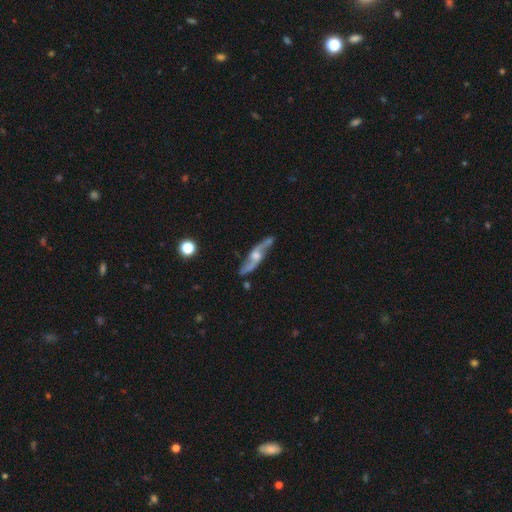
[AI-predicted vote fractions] smooth-or-featured: featured or disk: 84% | smooth: 11% | star or artifact: 5%
  disk-edge-on: no: 60% | yes: 40%
    bar: no: 55% | weak: 35% | strong: 10%
    has-spiral-arms: yes: 93% | no: 7%
    bulge-size: moderate: 57% | small: 22% | large: 14% | none: 5% | dominant: 2%
  merging: none: 80% | minor disturbance: 14% | major disturbance: 4% | merger: 2%